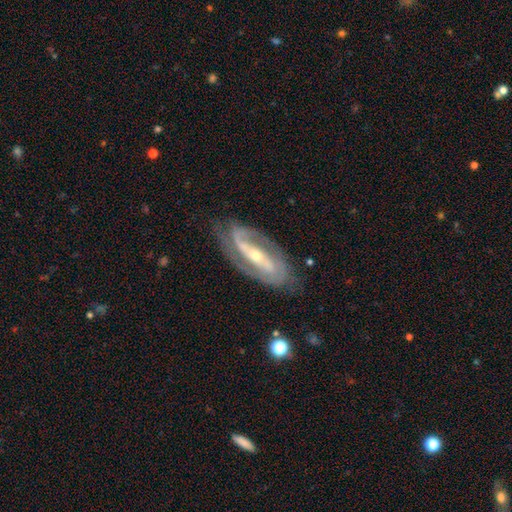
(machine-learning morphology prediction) Smooth or featured: featured or disk — 89% (smooth — 6%)
Edge-on disk: no — 93% (yes — 7%)
Bar: strong — 57% (weak — 23%)
Spiral arms: yes — 95% (no — 5%)
Spiral winding: medium — 44% (tight — 40%)
Spiral arm count: 2 — 88% (can't tell — 5%)
Bulge size: small — 59% (moderate — 37%)
Merging: none — 76% (minor disturbance — 16%)